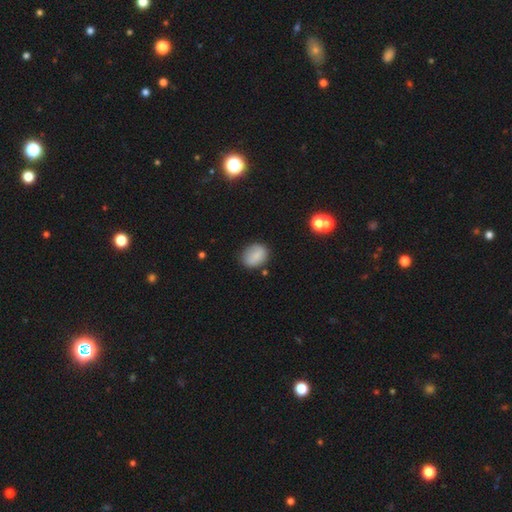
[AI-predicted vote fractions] The model was most divided on "how rounded": in between: 58%, round: 41%, cigar-shaped: 1%. More confident: smooth or featured — smooth (82%); merging — none (77%).